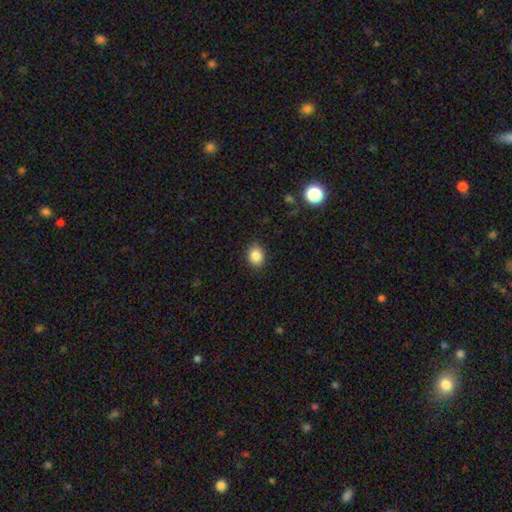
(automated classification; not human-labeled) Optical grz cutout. It shows a smooth galaxy with no disk features (86%) that is round (51%). Merging: none (89%).